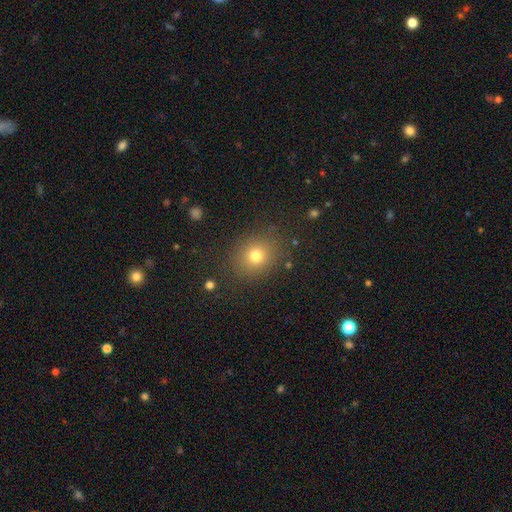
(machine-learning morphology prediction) smooth 76%, star or artifact 15%, featured or disk 9%. Down the decision tree: how rounded — round (69%); merging — none (85%).